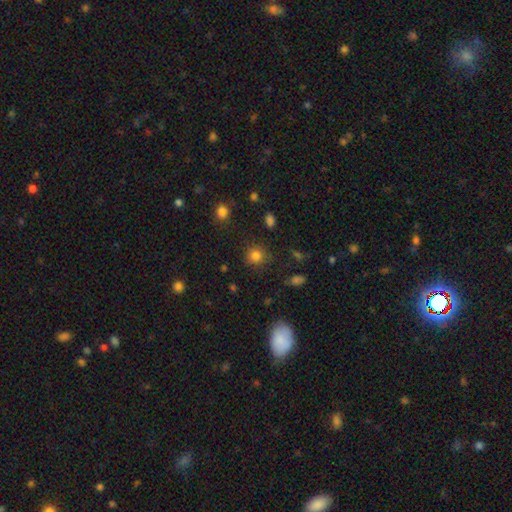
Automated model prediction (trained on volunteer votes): This is clearly a smooth galaxy (80%). How rounded: clearly round (87%). Merging: clearly none (83%).